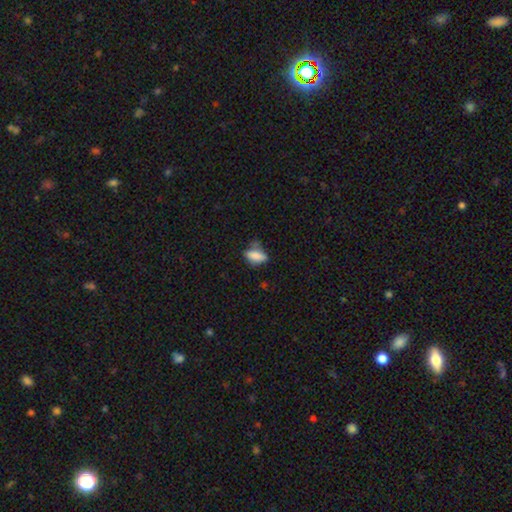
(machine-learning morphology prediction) A smooth galaxy with no disk features (78%) that is in between round and cigar-shaped (76%).

Vote fractions:
- Smooth or featured? smooth: 78% / featured or disk: 13% / star or artifact: 9%
- How rounded? in between: 76% / cigar-shaped: 18% / round: 6%
- Merging? none: 49% / minor disturbance: 31% / major disturbance: 12% / merger: 7%